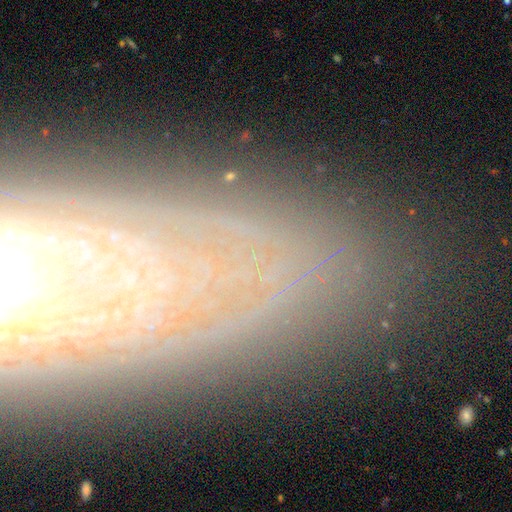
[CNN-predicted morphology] Smooth or featured?
  - featured or disk: 44% *
  - star or artifact: 34%
  - smooth: 21%
Merging?
  - none: 79% *
  - minor disturbance: 12%
  - major disturbance: 5%
  - merger: 3%